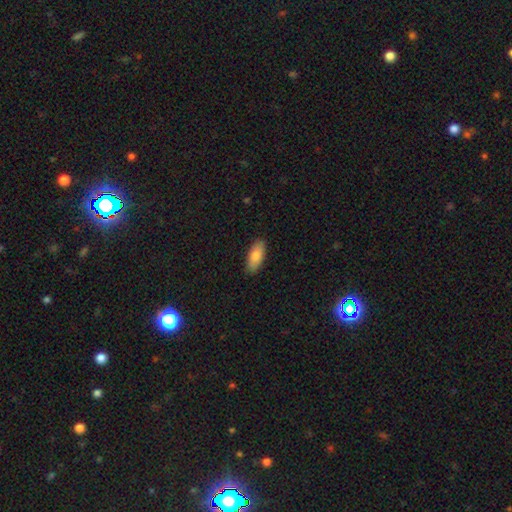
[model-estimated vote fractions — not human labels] smooth 84%, featured or disk 10%, star or artifact 6%. Down the decision tree: how rounded — in between (85%); merging — none (87%).